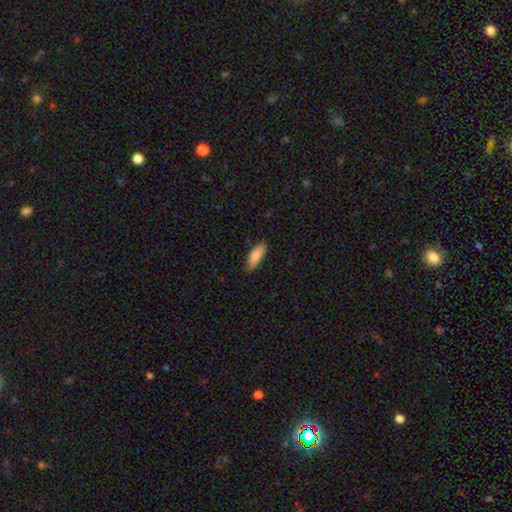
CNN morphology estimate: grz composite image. It shows a smooth galaxy with no disk features (84%) that is in between round and cigar-shaped (69%). Merging: none (83%).